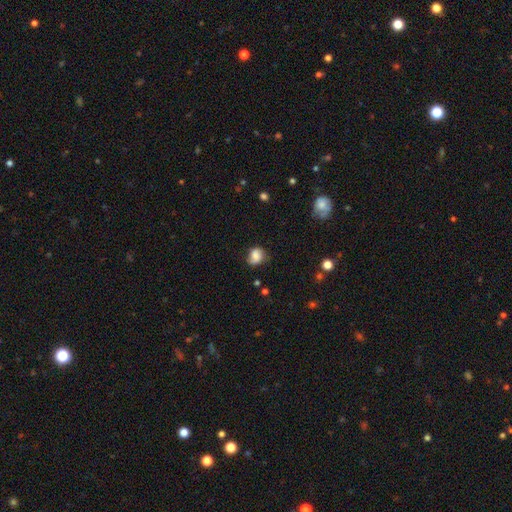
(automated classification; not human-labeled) smooth 65%, featured or disk 25%, star or artifact 10%. Down the decision tree: how rounded — round (60%); merging — none (58%).